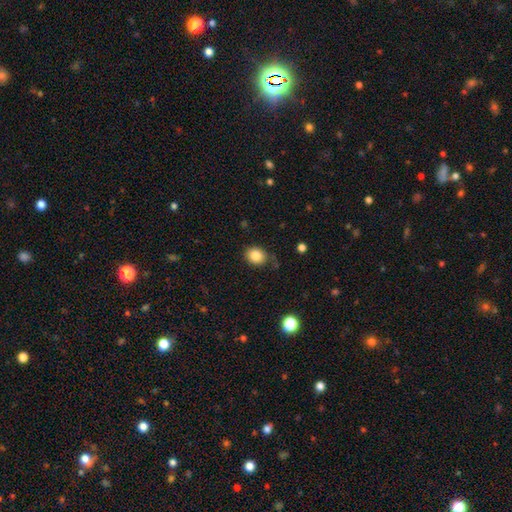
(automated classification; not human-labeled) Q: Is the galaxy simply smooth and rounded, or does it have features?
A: smooth — 84%.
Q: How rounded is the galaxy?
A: round — 63%.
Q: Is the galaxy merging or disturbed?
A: none — 81%.